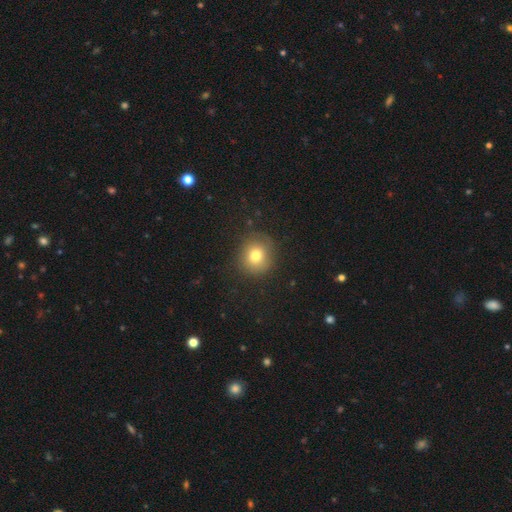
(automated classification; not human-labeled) smooth 76%, star or artifact 12%, featured or disk 11%. Down the decision tree: how rounded — round (87%); merging — none (82%).